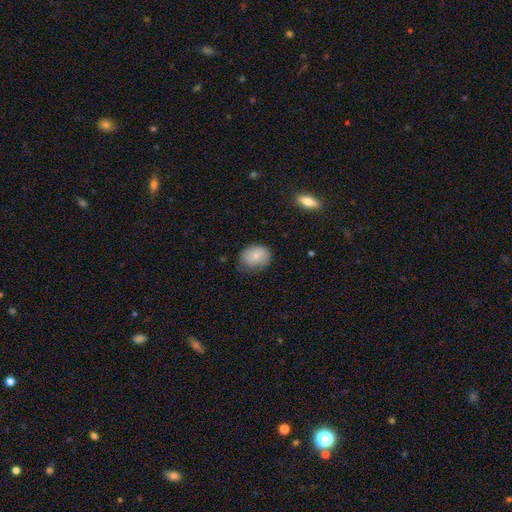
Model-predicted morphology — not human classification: Smooth or featured? Predicted: smooth (p=0.82). How rounded? Predicted: in between (p=0.59). Merging? Predicted: none (p=0.68).